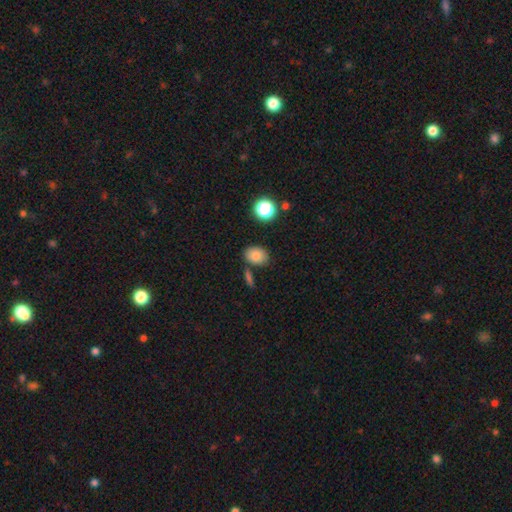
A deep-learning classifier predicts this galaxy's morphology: This is clearly a smooth galaxy (83%). How rounded: likely in between (72%). Merging: likely none (75%).